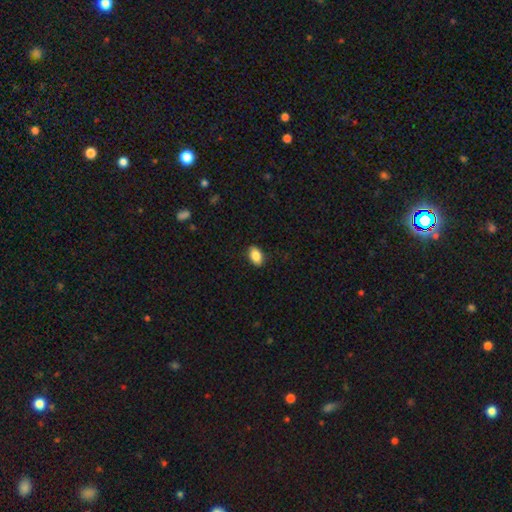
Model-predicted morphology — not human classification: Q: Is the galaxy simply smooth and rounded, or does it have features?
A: smooth — 87%.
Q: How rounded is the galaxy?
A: in between — 89%.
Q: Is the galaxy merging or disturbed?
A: none — 89%.